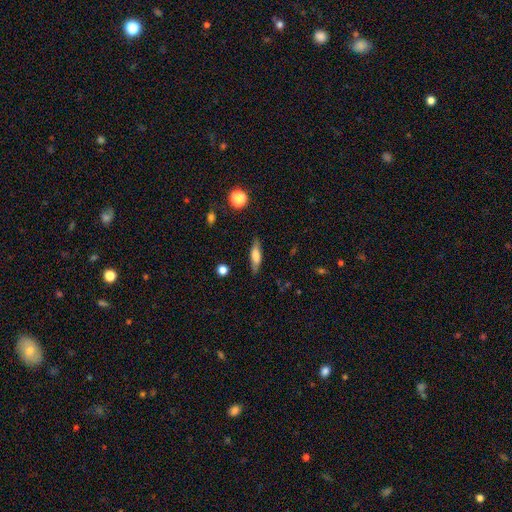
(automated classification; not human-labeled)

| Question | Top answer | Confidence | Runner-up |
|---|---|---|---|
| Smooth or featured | smooth | 59% | featured or disk (33%) |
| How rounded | cigar-shaped | 62% | in between (35%) |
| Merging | none | 84% | minor disturbance (12%) |